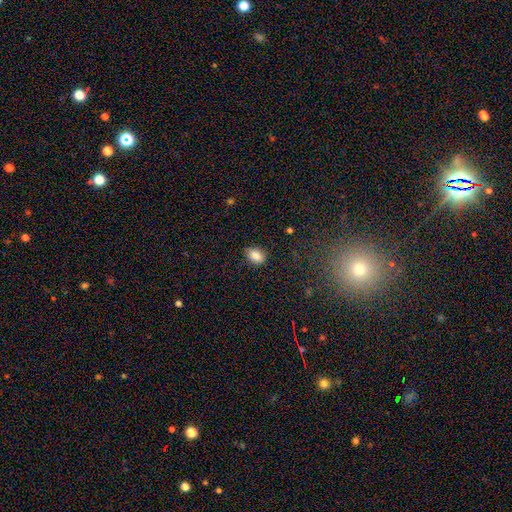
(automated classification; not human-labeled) Smooth or featured?
  - smooth: 84% *
  - star or artifact: 9%
  - featured or disk: 7%
How rounded?
  - in between: 74% *
  - round: 25%
  - cigar-shaped: 1%
Merging?
  - none: 81% *
  - minor disturbance: 15%
  - major disturbance: 3%
  - merger: 1%